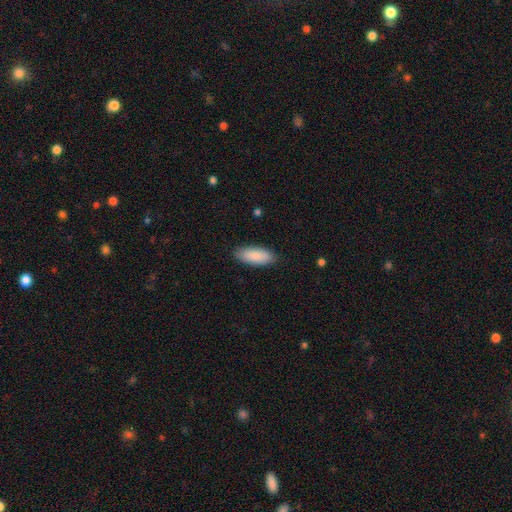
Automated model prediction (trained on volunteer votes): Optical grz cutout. It shows a smooth galaxy with no disk features (88%) that is in between round and cigar-shaped (80%). Merging: none (87%).